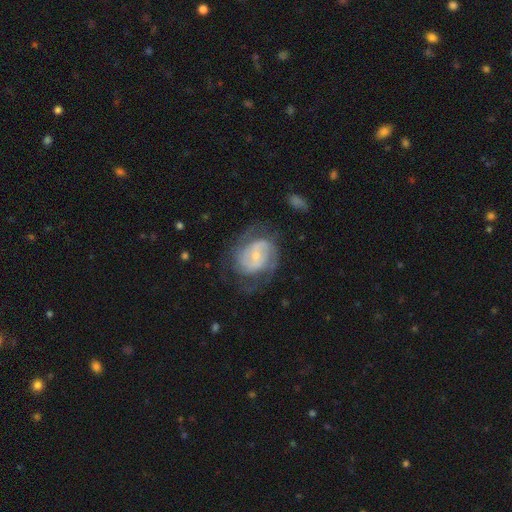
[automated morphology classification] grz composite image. It shows a featured or disk galaxy (80%) with no bar (46%), 2 (56%) tight (45%) spiral arms (91%) and a small central bulge (68%). Merging: none (62%).